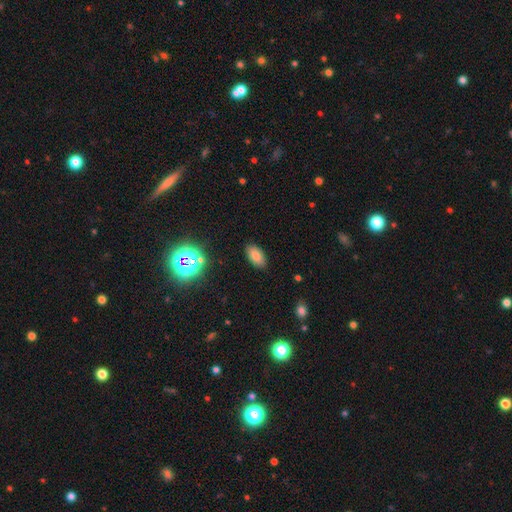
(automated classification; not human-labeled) Smooth or featured?
  - smooth: 79% *
  - star or artifact: 14%
  - featured or disk: 8%
How rounded?
  - in between: 93% *
  - round: 4%
  - cigar-shaped: 3%
Merging?
  - none: 88% *
  - minor disturbance: 8%
  - major disturbance: 2%
  - merger: 1%